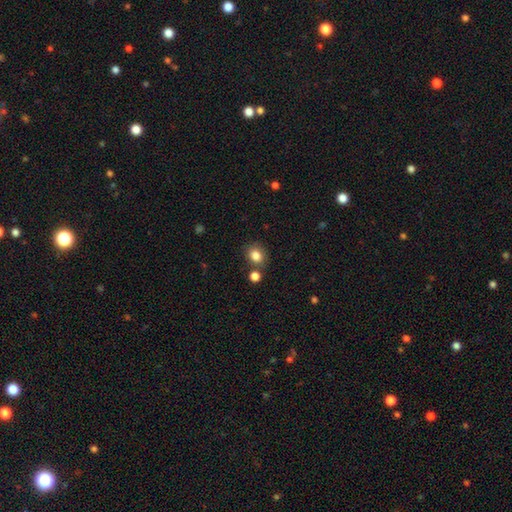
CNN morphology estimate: Smooth or featured? Predicted: smooth (p=0.84). How rounded? Predicted: round (p=0.62). Merging? Predicted: none (p=0.74).